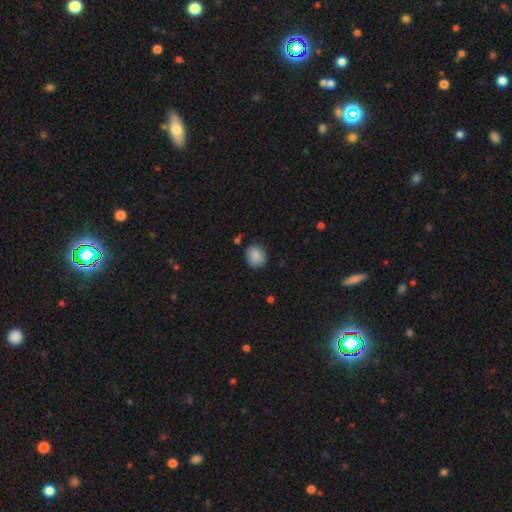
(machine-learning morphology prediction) Q: Smooth or featured?
A: smooth (87%); runner-up: star or artifact (8%)
Q: How rounded?
A: round (75%); runner-up: in between (24%)
Q: Merging?
A: none (81%); runner-up: minor disturbance (13%)